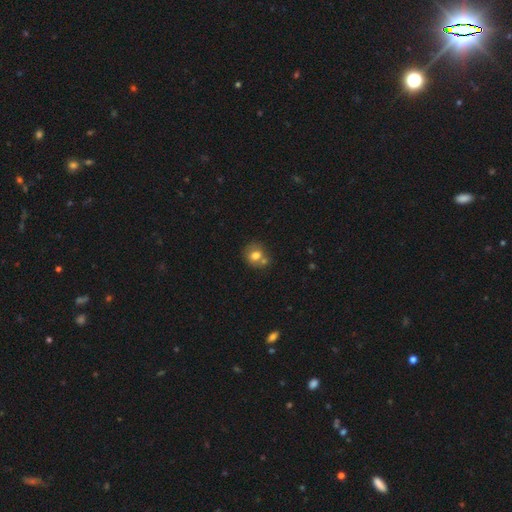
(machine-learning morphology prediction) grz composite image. It shows a smooth galaxy with no disk features (74%) that is round (74%). Merging: none (52%).